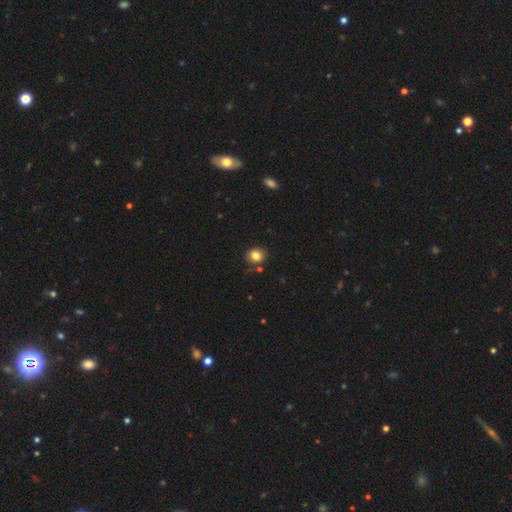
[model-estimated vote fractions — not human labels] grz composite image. It shows a smooth galaxy with no disk features (82%) that is round (70%). Merging: none (81%).